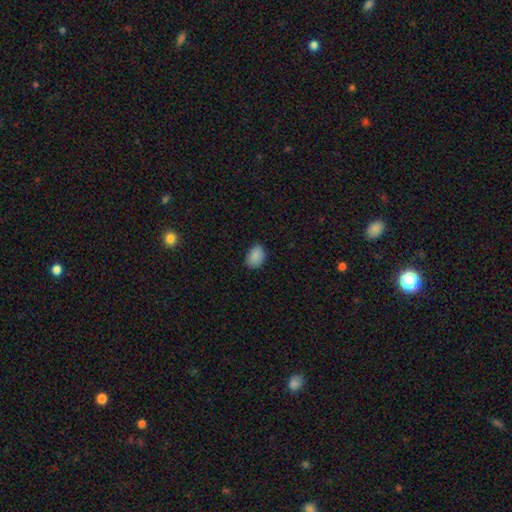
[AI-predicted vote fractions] Smooth or featured? smooth (87%)
How rounded? in between (70%)
Merging? none (79%)